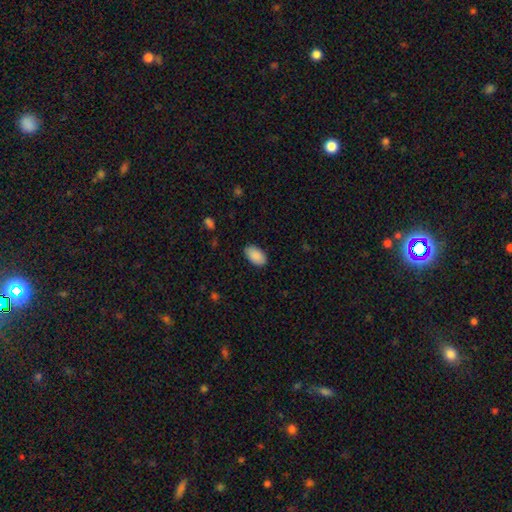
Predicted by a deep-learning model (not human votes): smooth-or-featured: smooth: 90% | star or artifact: 6% | featured or disk: 4%
  how-rounded: in between: 94% | round: 5% | cigar-shaped: 1%
  merging: none: 86% | minor disturbance: 11% | major disturbance: 2% | merger: 1%